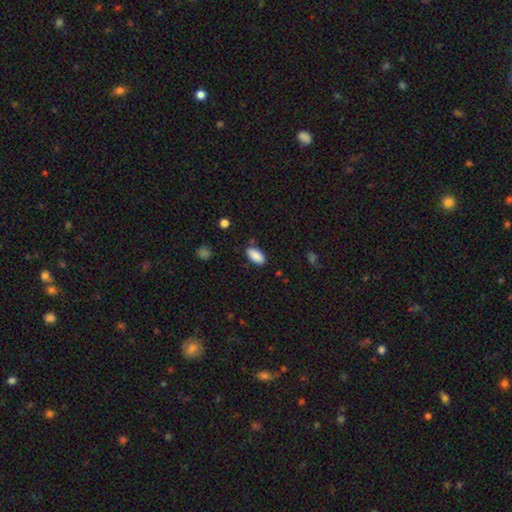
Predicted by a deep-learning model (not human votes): This appears to be a smooth galaxy with no disk features (89%) that is in between round and cigar-shaped (90%). Merging: none (85%).